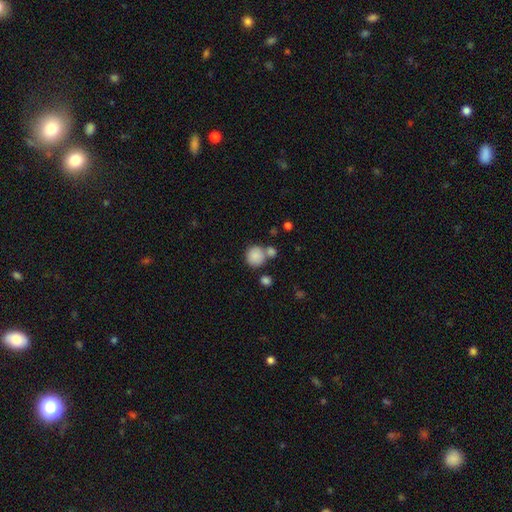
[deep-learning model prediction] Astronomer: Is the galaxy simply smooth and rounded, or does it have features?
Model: smooth — 85%.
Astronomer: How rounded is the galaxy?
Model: round — 87%.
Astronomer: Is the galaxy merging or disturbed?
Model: none — 57%.